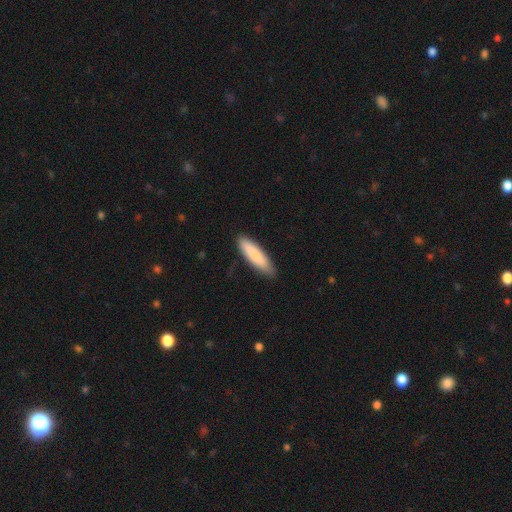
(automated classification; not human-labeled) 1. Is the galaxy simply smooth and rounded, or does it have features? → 85% smooth, 10% featured or disk, 5% star or artifact.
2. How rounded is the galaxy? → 71% cigar-shaped, 28% in between, 1% round.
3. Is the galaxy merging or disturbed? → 85% none, 12% minor disturbance, 2% major disturbance, 1% merger.